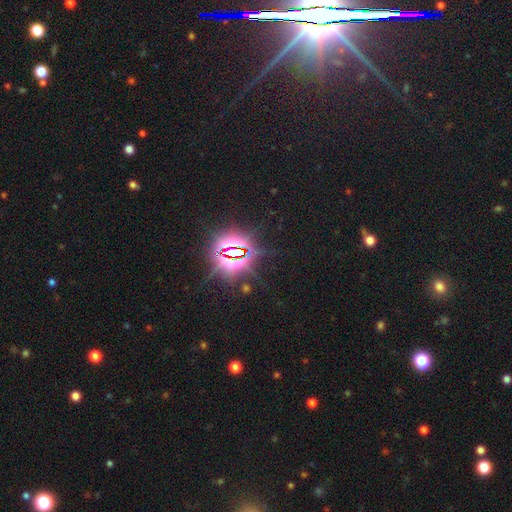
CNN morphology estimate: type=star or artifact (83%).